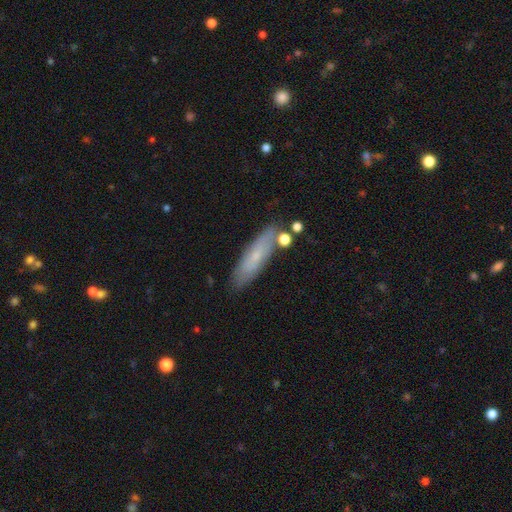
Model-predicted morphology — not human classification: smooth 58%, featured or disk 34%, star or artifact 8%. Down the decision tree: how rounded — cigar-shaped (69%); merging — none (77%).